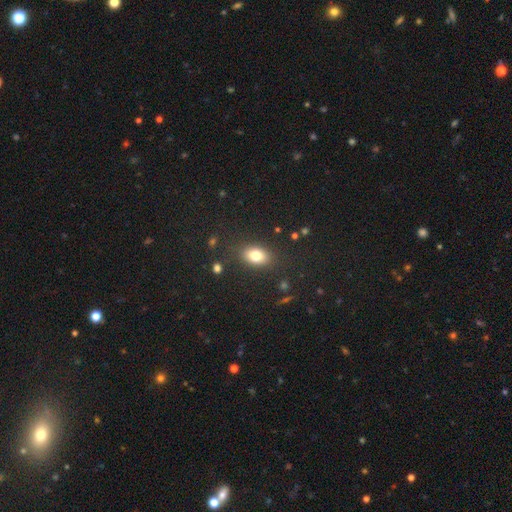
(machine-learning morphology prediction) This appears to be a smooth galaxy with no disk features (78%) that is in between round and cigar-shaped (82%). Merging: none (84%).